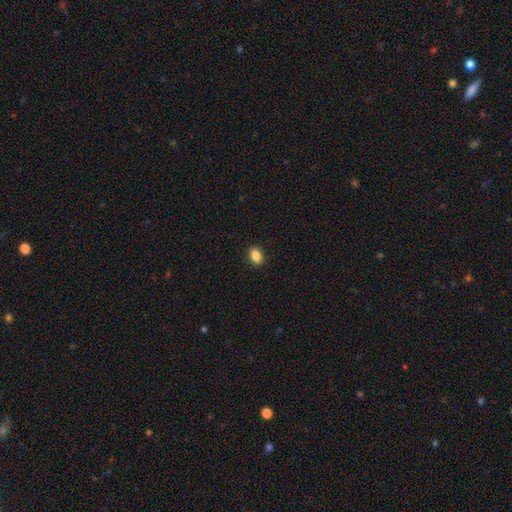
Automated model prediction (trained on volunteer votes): A smooth galaxy with no disk features (87%) that is in between round and cigar-shaped (81%). Merging: none (90%).